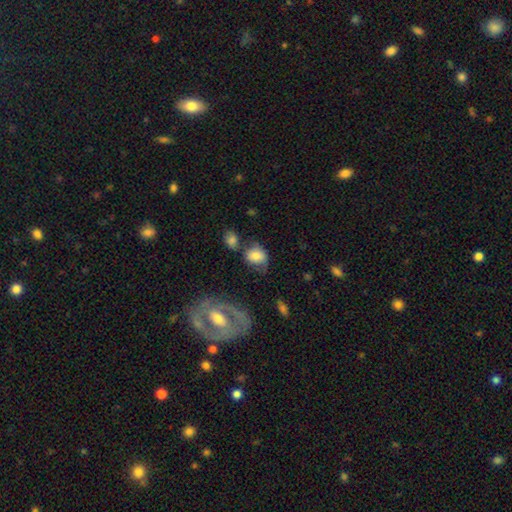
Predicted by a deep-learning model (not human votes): Smooth or featured?
  - smooth: 70% *
  - featured or disk: 21%
  - star or artifact: 9%
How rounded?
  - in between: 53% *
  - round: 46%
  - cigar-shaped: 1%
Merging?
  - none: 46% *
  - minor disturbance: 24%
  - merger: 17%
  - major disturbance: 13%